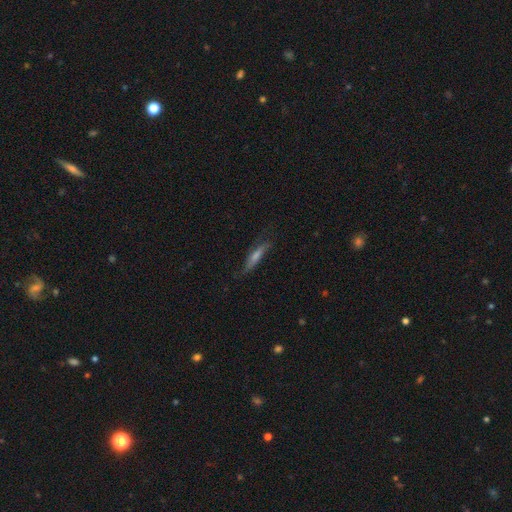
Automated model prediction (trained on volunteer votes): Smooth or featured? Predicted: featured or disk (p=0.51). Edge-on disk? Predicted: yes (p=0.70). Merging? Predicted: none (p=0.68).